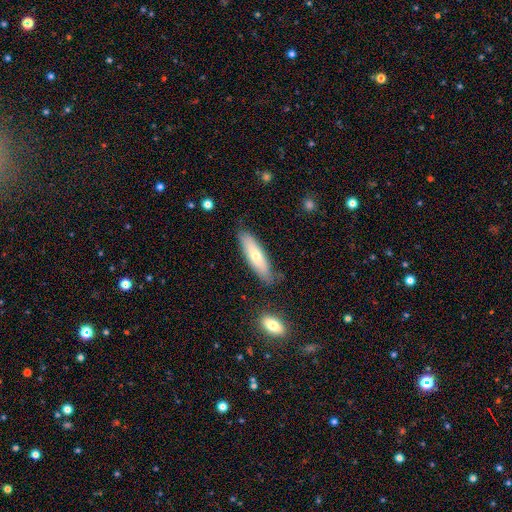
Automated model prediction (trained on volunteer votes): This is likely a smooth galaxy (65%). How rounded: likely cigar-shaped (64%). Merging: likely none (78%).